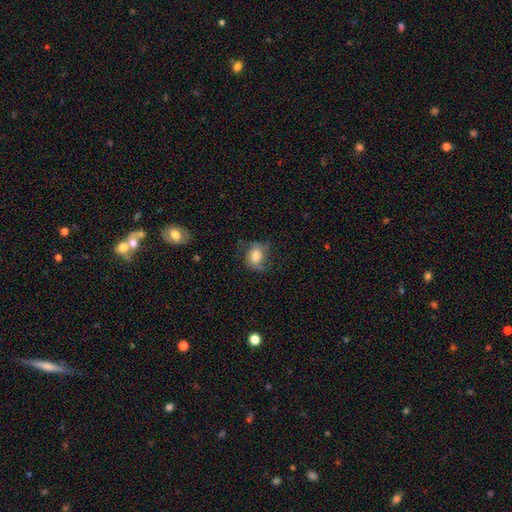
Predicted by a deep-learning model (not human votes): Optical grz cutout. It shows a smooth galaxy with no disk features (67%) that is in between round and cigar-shaped (50%). Merging: none (58%).